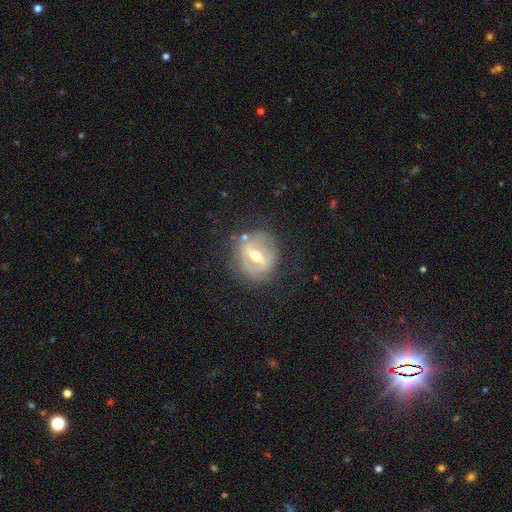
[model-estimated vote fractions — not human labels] Smooth or featured: featured or disk — 71% (smooth — 21%)
Edge-on disk: no — 90% (yes — 10%)
Bar: strong — 55% (weak — 32%)
Spiral arms: no — 66% (yes — 34%)
Bulge size: moderate — 75% (small — 16%)
Merging: none — 72% (minor disturbance — 17%)